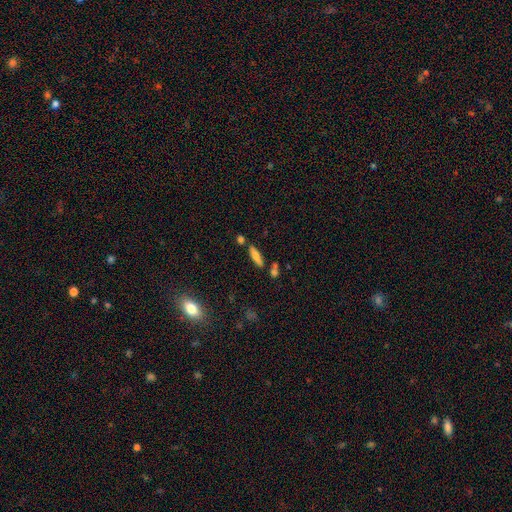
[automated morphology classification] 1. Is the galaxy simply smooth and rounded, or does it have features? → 59% smooth, 33% featured or disk, 8% star or artifact.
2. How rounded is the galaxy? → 59% cigar-shaped, 39% in between, 3% round.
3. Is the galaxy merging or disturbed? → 73% none, 12% merger, 12% minor disturbance, 3% major disturbance.